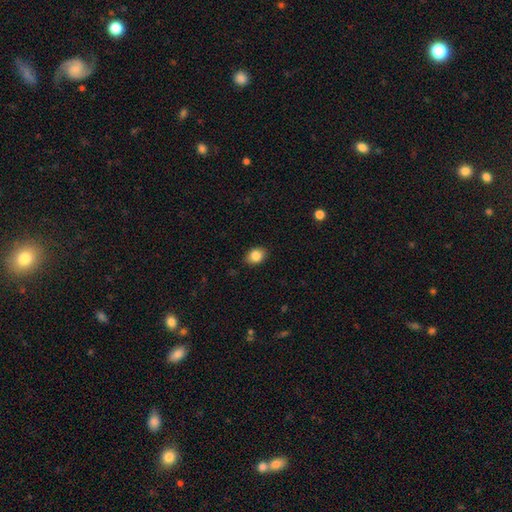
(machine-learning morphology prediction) Smooth or featured? smooth (85%)
How rounded? in between (68%)
Merging? none (87%)